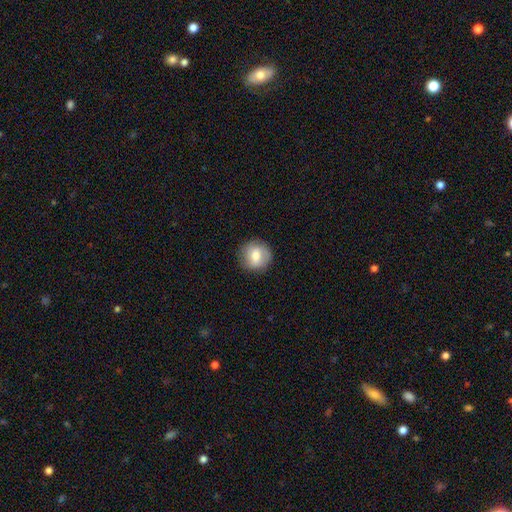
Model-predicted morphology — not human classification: Smooth or featured: smooth — 68% (featured or disk — 25%)
How rounded: round — 90% (in between — 9%)
Merging: none — 85% (minor disturbance — 11%)